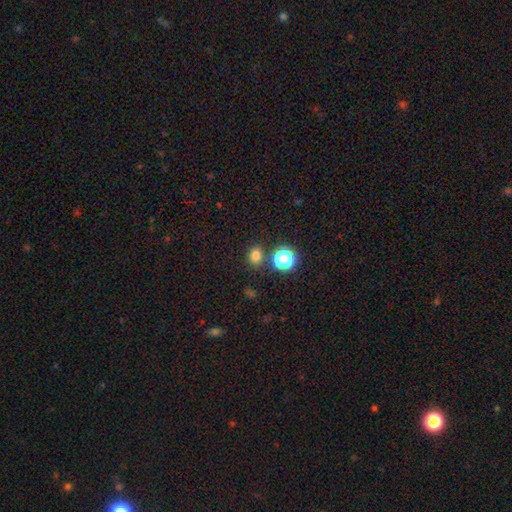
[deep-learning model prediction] Smooth or featured?
  - smooth: 76% *
  - star or artifact: 19%
  - featured or disk: 5%
How rounded?
  - round: 69% *
  - in between: 30%
  - cigar-shaped: 1%
Merging?
  - none: 80% *
  - minor disturbance: 9%
  - merger: 8%
  - major disturbance: 3%